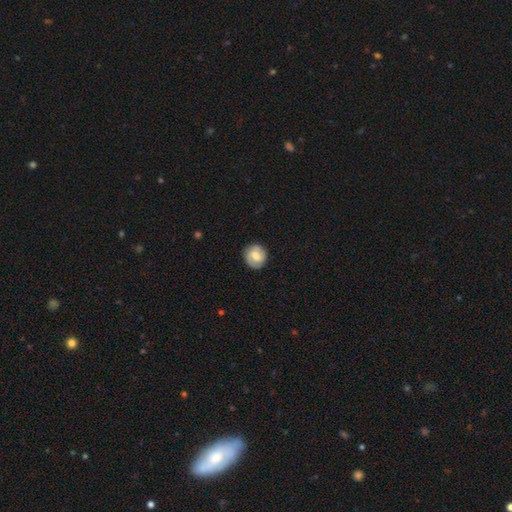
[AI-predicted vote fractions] Q: Smooth or featured?
A: featured or disk (55%); runner-up: smooth (39%)
Q: Edge-on disk?
A: no (98%); runner-up: yes (2%)
Q: Bar?
A: weak (51%); runner-up: no (35%)
Q: Spiral arms?
A: yes (85%); runner-up: no (15%)
Q: Bulge size?
A: moderate (60%); runner-up: small (30%)
Q: Merging?
A: none (85%); runner-up: minor disturbance (11%)